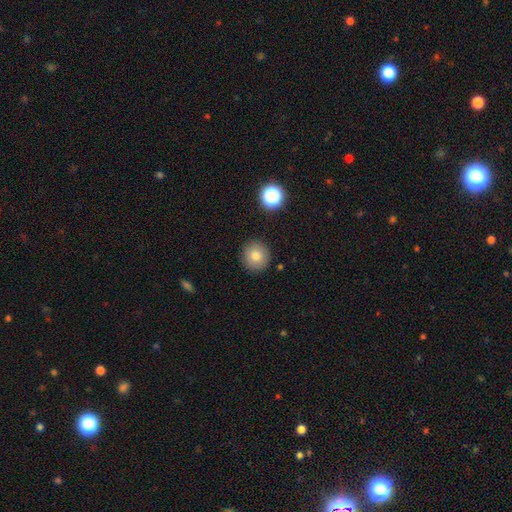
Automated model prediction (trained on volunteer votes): Smooth or featured? smooth (81%)
How rounded? round (93%)
Merging? none (90%)